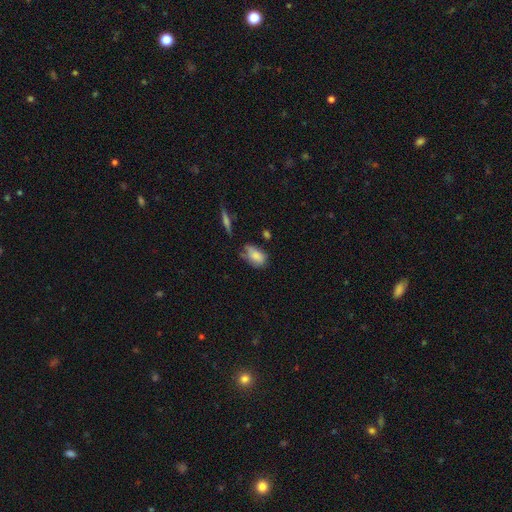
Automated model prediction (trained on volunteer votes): Morphology: type=smooth (80%); roundness=in between (89%); merging=none (50%).